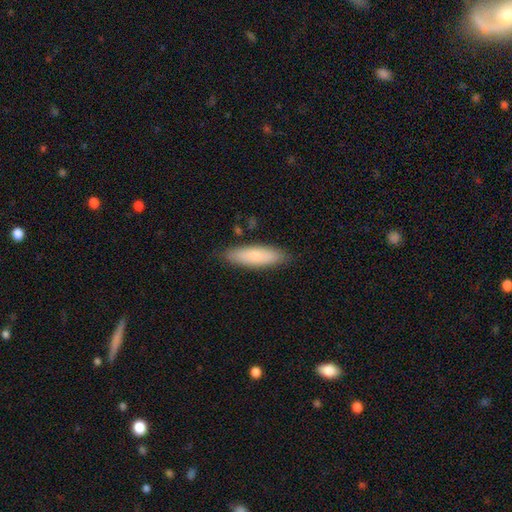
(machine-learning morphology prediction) Q: Smooth or featured?
A: smooth (74%); runner-up: featured or disk (20%)
Q: How rounded?
A: cigar-shaped (55%); runner-up: in between (44%)
Q: Merging?
A: none (85%); runner-up: minor disturbance (11%)